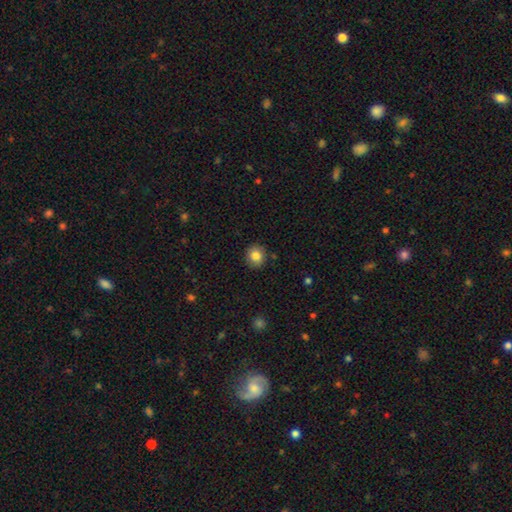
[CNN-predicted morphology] smooth 83%, star or artifact 10%, featured or disk 7%. Down the decision tree: how rounded — round (84%); merging — none (89%).